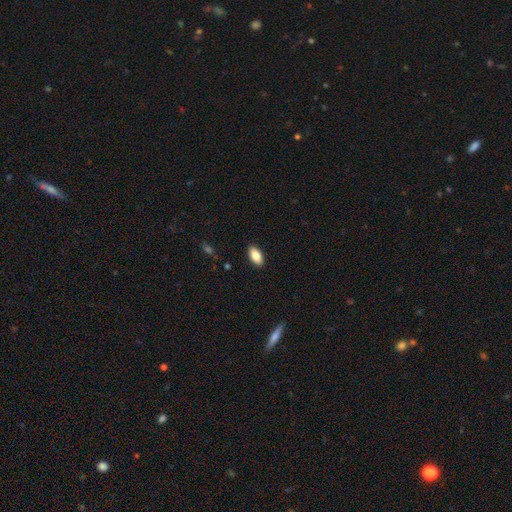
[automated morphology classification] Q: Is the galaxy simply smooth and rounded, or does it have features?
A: smooth — 85%.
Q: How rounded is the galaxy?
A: in between — 92%.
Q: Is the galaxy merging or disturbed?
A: none — 90%.